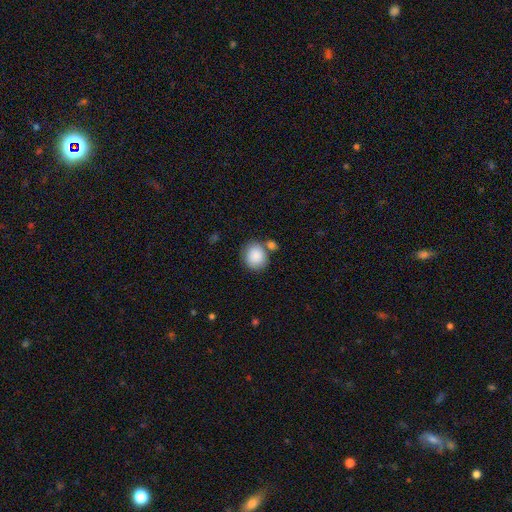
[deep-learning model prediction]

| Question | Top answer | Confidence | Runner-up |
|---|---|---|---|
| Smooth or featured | smooth | 88% | star or artifact (7%) |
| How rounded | round | 70% | in between (29%) |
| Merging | none | 64% | merger (19%) |